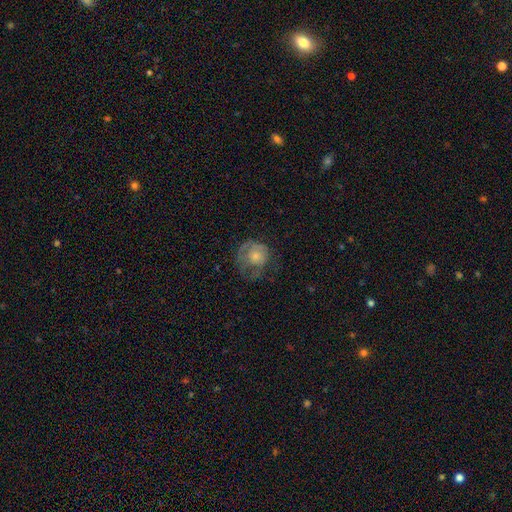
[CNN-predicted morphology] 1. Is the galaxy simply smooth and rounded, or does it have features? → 56% smooth, 36% featured or disk, 8% star or artifact.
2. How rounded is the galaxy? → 77% round, 22% in between, 1% cigar-shaped.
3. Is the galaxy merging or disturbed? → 40% none, 33% major disturbance, 25% minor disturbance, 2% merger.